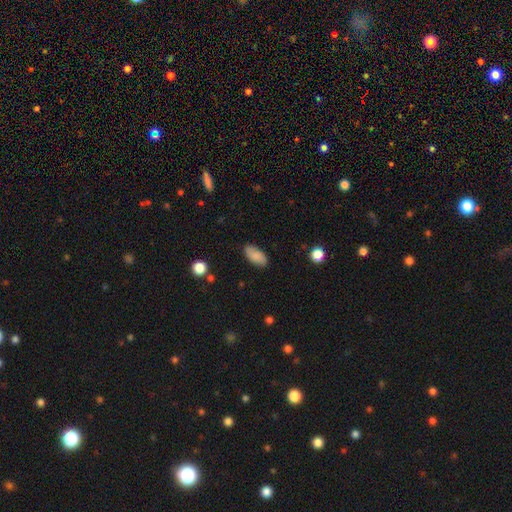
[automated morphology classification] smooth-or-featured: smooth: 83% | featured or disk: 9% | star or artifact: 7%
  how-rounded: in between: 91% | cigar-shaped: 6% | round: 3%
  merging: none: 83% | minor disturbance: 13% | major disturbance: 3% | merger: 1%